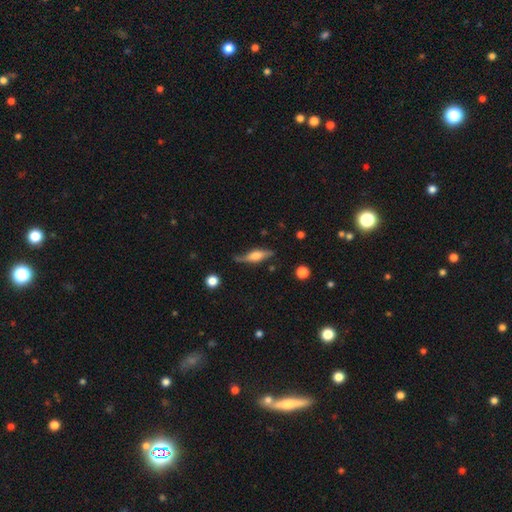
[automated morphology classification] Overall: featured or disk (60%; smooth 34%). Edge-on disk: yes (92%). Edge-on bulge: rounded (82%). Merging: none (73%).